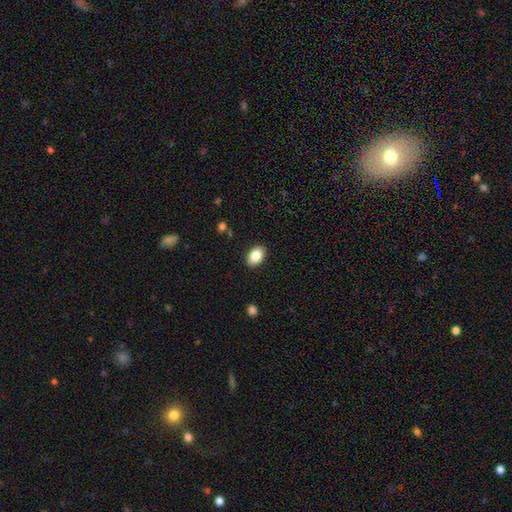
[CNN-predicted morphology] Overall: smooth (86%). How rounded: in between (88%). Merging: none (89%).